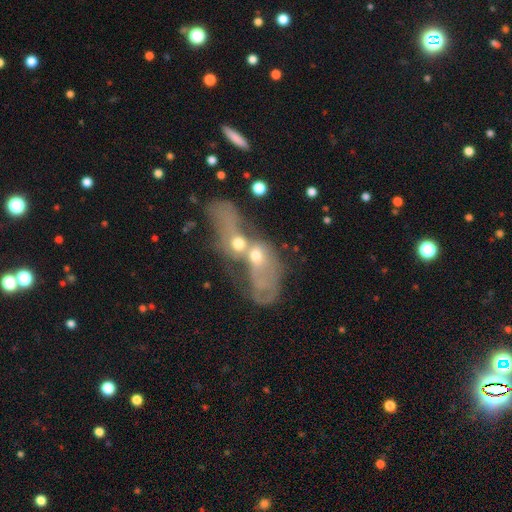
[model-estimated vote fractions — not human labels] smooth-or-featured: featured or disk: 53% | smooth: 31% | star or artifact: 16%
  disk-edge-on: no: 80% | yes: 20%
  merging: merger: 56% | none: 26% | minor disturbance: 10% | major disturbance: 9%